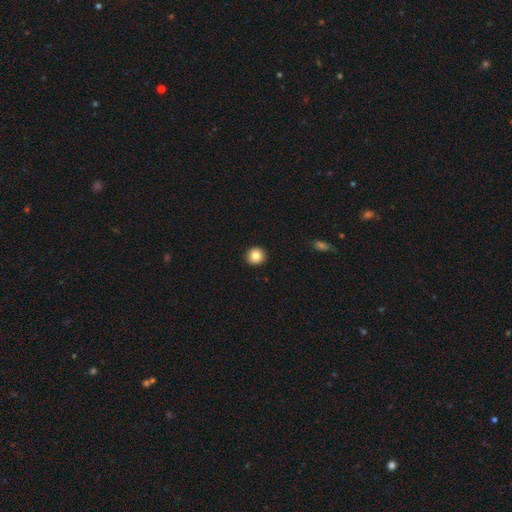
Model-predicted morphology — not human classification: This is clearly a smooth galaxy (84%). How rounded: clearly round (93%). Merging: clearly none (93%).